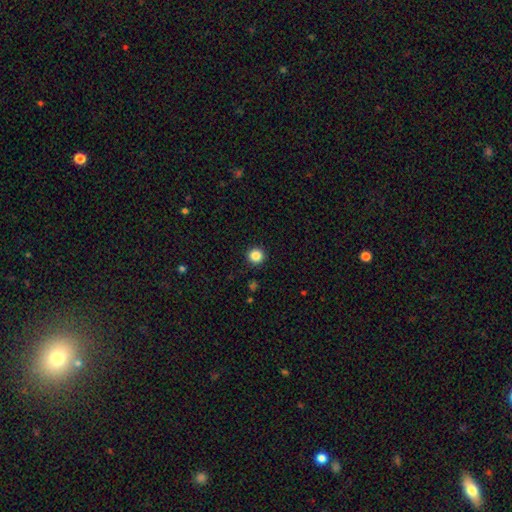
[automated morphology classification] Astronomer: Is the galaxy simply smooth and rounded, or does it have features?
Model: smooth — 86%.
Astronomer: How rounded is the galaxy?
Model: round — 95%.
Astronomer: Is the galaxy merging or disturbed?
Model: none — 92%.